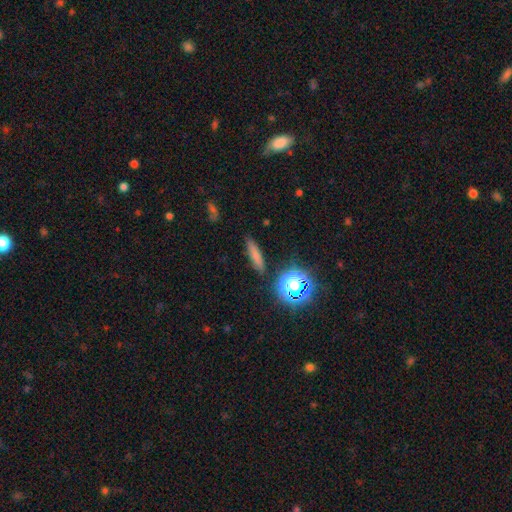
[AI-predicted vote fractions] smooth_or_featured: smooth (p=0.70) [alt: star or artifact p=0.17]
how_rounded: cigar-shaped (p=0.78) [alt: in between p=0.16]
merging: none (p=0.85) [alt: minor disturbance p=0.10]